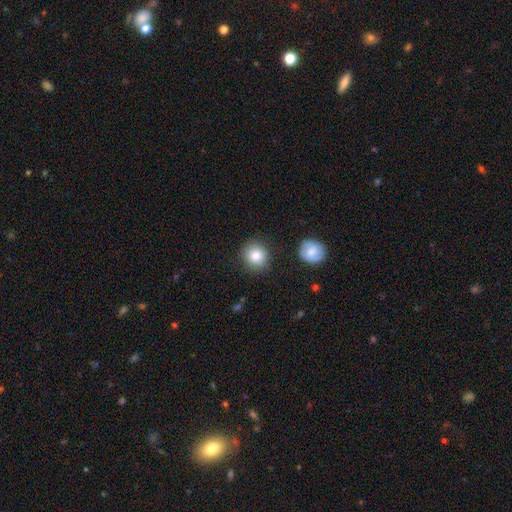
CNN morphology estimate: A smooth galaxy with no disk features (84%) that is round (86%).

Vote fractions:
- Smooth or featured? smooth: 84% / star or artifact: 8% / featured or disk: 7%
- How rounded? round: 86% / in between: 13% / cigar-shaped: 1%
- Merging? none: 86% / minor disturbance: 9% / merger: 3% / major disturbance: 3%